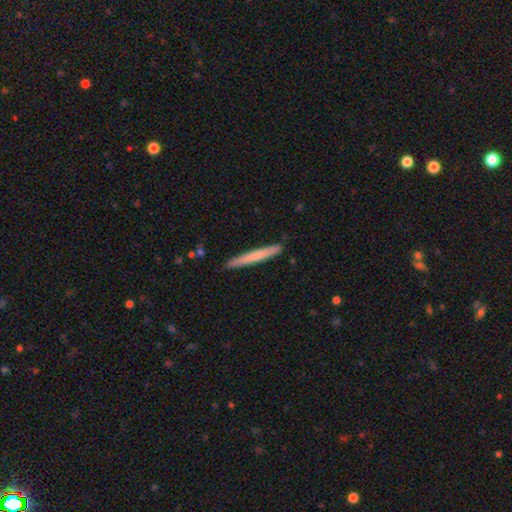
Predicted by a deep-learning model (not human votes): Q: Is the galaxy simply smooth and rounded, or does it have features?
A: smooth — 65%.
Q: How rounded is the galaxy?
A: cigar-shaped — 97%.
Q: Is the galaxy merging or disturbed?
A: none — 90%.